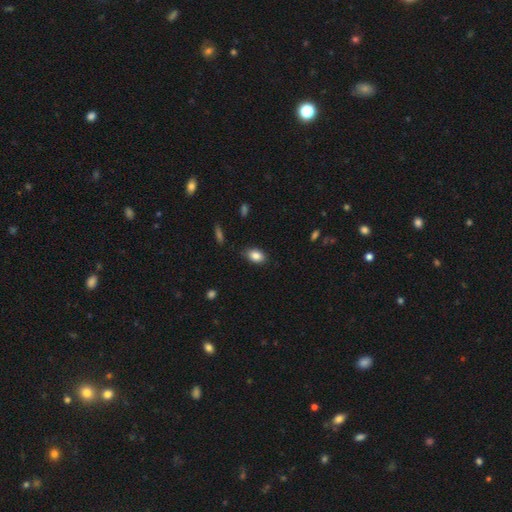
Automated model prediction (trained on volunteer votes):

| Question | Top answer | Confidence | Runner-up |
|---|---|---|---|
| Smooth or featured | smooth | 86% | star or artifact (8%) |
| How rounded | in between | 88% | round (11%) |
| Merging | none | 84% | minor disturbance (12%) |